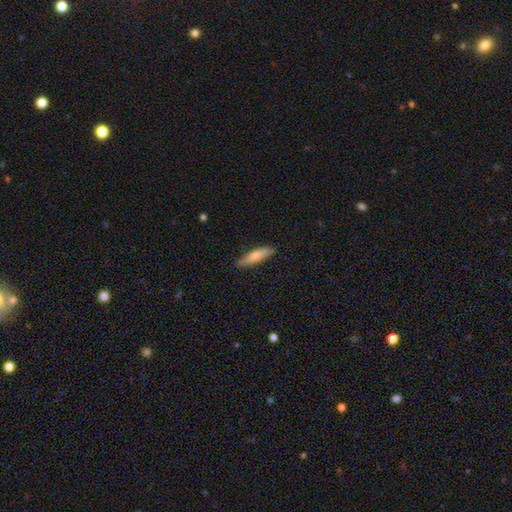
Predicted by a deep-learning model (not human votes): This appears to be a smooth galaxy with no disk features (72%) that is cigar-shaped (74%). Merging: none (85%).